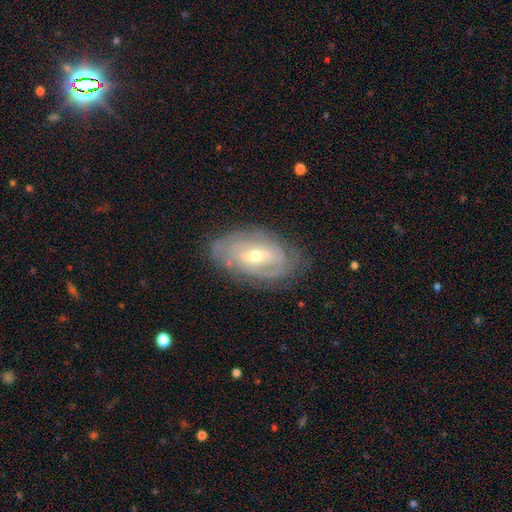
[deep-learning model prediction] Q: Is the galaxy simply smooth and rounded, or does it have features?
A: featured or disk — 79%.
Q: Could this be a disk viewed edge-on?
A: no — 93%.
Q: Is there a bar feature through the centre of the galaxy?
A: weak — 44%.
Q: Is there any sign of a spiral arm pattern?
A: yes — 82%.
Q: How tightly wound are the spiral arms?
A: tight — 70%.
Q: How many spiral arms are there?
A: can't tell — 48%.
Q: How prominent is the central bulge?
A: moderate — 49%.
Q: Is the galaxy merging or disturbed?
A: none — 73%.